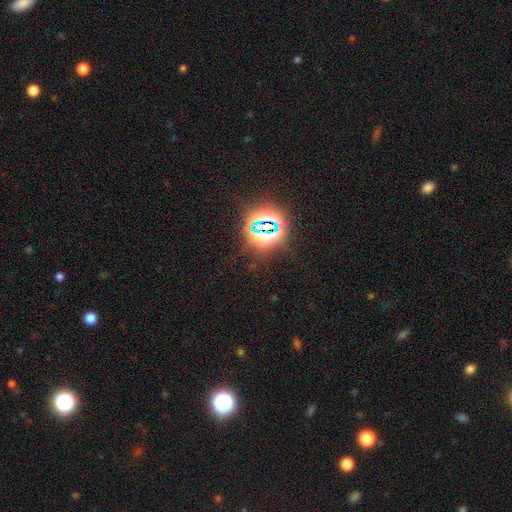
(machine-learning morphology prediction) Smooth or featured?
  - star or artifact: 80% *
  - smooth: 13%
  - featured or disk: 7%